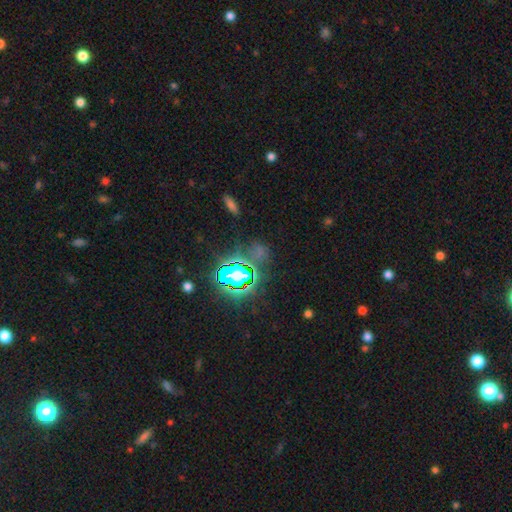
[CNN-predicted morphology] Smooth or featured?
  - star or artifact: 69% *
  - smooth: 21%
  - featured or disk: 10%